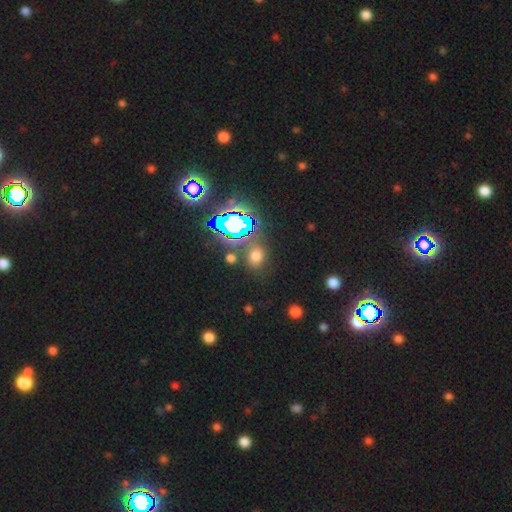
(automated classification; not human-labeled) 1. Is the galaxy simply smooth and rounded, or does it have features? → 56% smooth, 36% star or artifact, 8% featured or disk.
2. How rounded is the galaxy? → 54% round, 45% in between, 2% cigar-shaped.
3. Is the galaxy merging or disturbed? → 79% none, 11% minor disturbance, 5% merger, 5% major disturbance.